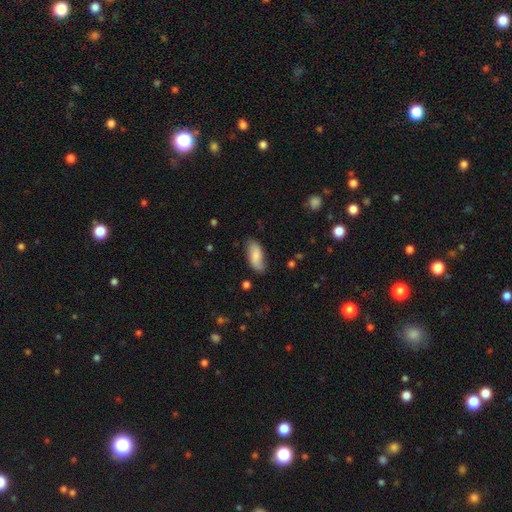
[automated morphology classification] smooth-or-featured: smooth: 66% | featured or disk: 27% | star or artifact: 7%
  how-rounded: in between: 84% | cigar-shaped: 13% | round: 3%
  merging: none: 73% | minor disturbance: 21% | major disturbance: 4% | merger: 2%